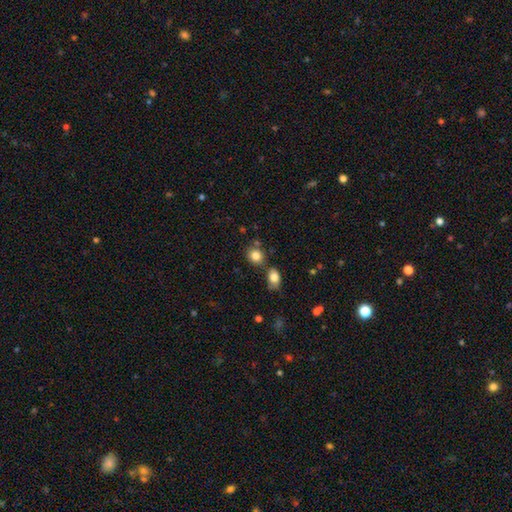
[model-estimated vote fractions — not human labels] Morphology: type=smooth (83%); roundness=round (73%); merging=none (64%).